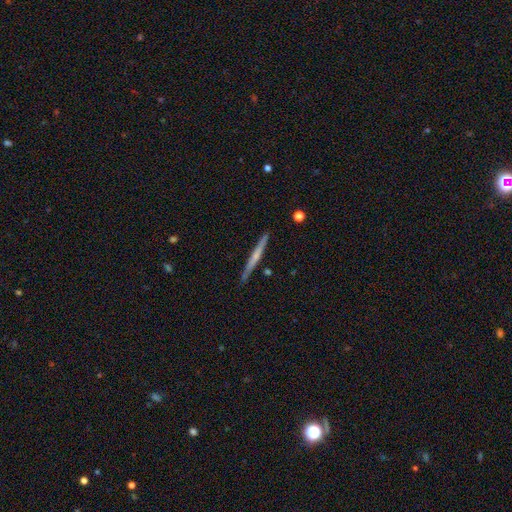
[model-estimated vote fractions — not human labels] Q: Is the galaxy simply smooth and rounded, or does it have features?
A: featured or disk — 52%.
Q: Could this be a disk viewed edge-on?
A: yes — 97%.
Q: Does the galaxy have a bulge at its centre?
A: none — 57%.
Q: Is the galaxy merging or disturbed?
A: none — 88%.